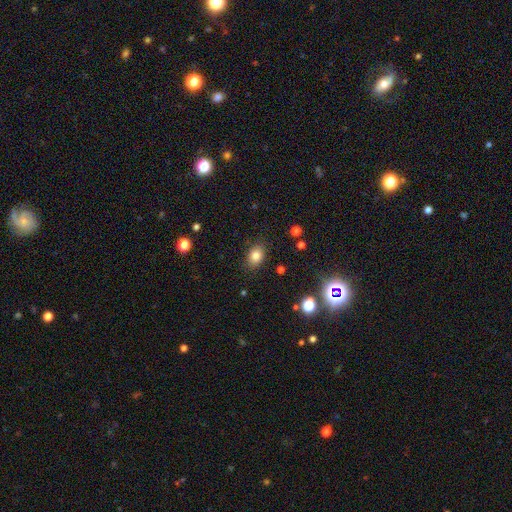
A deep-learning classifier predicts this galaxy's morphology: smooth 82%, star or artifact 11%, featured or disk 6%. Down the decision tree: how rounded — in between (72%); merging — none (85%).